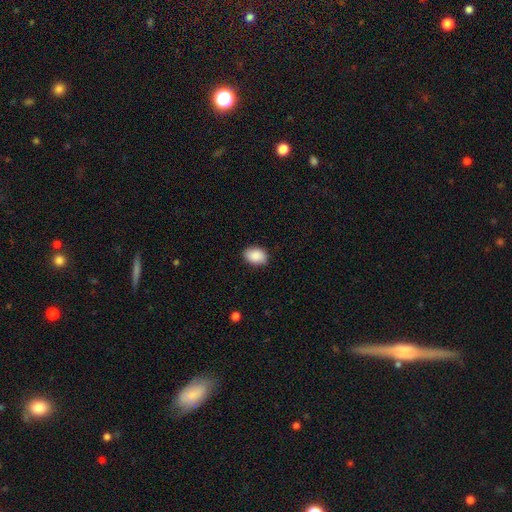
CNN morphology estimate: This is clearly a smooth galaxy (90%). How rounded: clearly in between (81%). Merging: clearly none (87%).